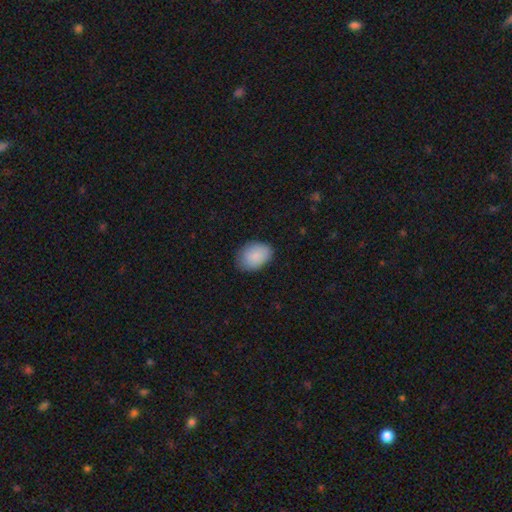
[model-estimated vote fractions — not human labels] Smooth or featured? smooth (88%)
How rounded? in between (83%)
Merging? none (81%)